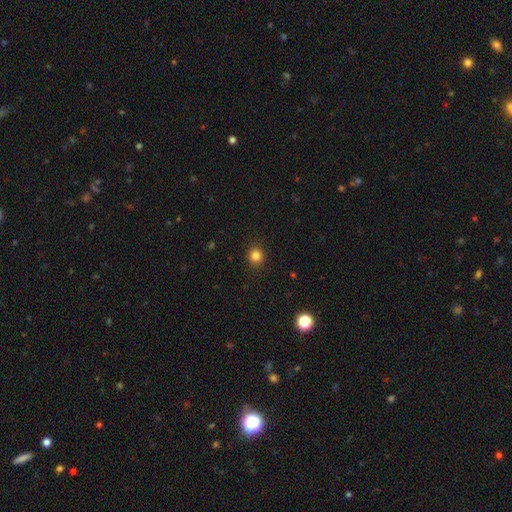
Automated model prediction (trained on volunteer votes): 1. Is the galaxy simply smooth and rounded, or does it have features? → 83% smooth, 13% star or artifact, 4% featured or disk.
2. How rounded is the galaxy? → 86% round, 13% in between, 1% cigar-shaped.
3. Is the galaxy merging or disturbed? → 91% none, 6% minor disturbance, 2% major disturbance, 1% merger.